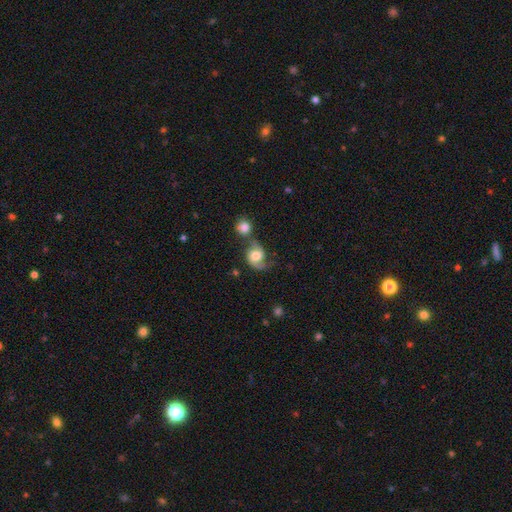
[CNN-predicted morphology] Smooth or featured? featured or disk (62%)
Edge-on disk? no (97%)
Bar? no (69%)
Spiral arms? yes (91%)
Spiral winding? loose (46%)
Spiral arm count? 2 (76%)
Bulge size? moderate (42%)
Merging? none (37%)